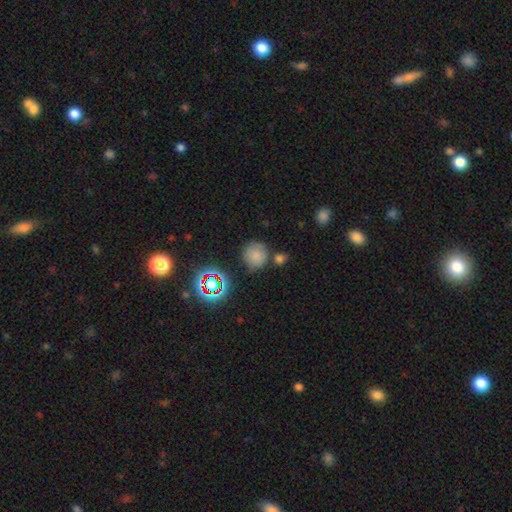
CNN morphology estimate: smooth-or-featured: smooth: 74% | star or artifact: 18% | featured or disk: 8%
  how-rounded: round: 89% | in between: 10% | cigar-shaped: 1%
  merging: none: 70% | minor disturbance: 14% | merger: 11% | major disturbance: 5%